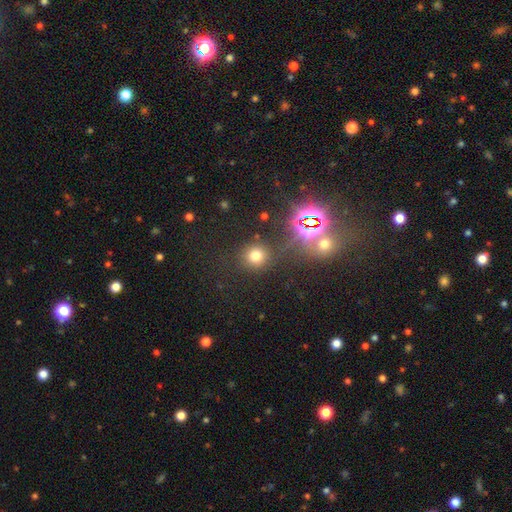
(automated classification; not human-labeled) smooth_or_featured: smooth (p=0.68) [alt: star or artifact p=0.24]
how_rounded: round (p=0.88) [alt: in between p=0.11]
merging: none (p=0.82) [alt: minor disturbance p=0.09]